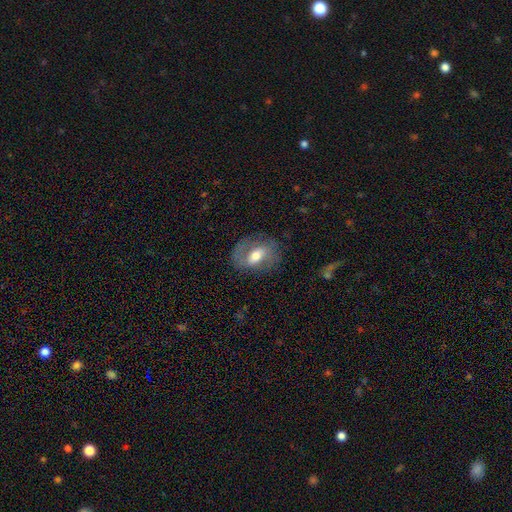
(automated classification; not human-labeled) featured or disk 52%, smooth 41%, star or artifact 8%. Down the decision tree: edge-on disk — no (91%); merging — none (71%).